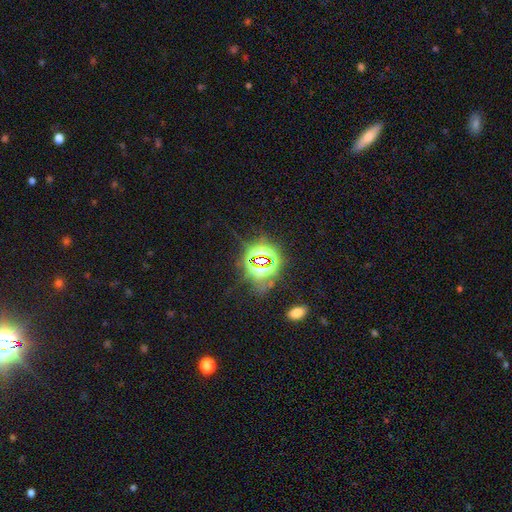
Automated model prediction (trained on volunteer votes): The model was most divided on "smooth or featured": star or artifact: 79%, smooth: 12%, featured or disk: 9%.